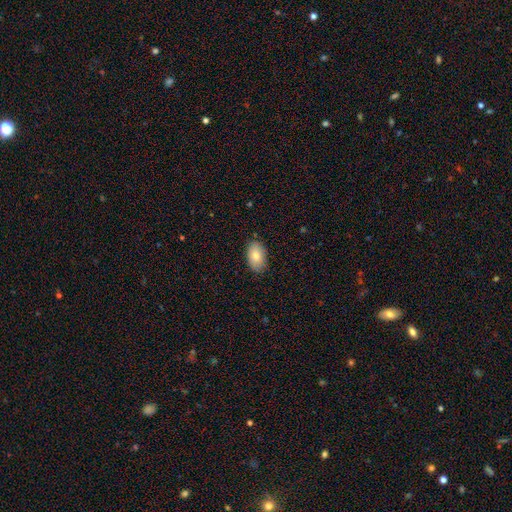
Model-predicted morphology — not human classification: Smooth or featured? smooth (80%)
How rounded? in between (92%)
Merging? none (86%)